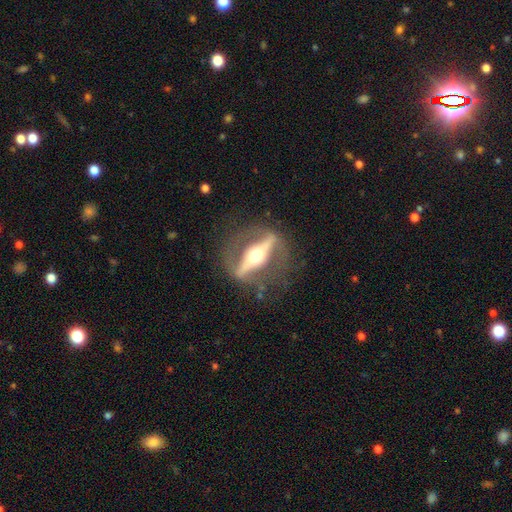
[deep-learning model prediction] Morphology: type=featured or disk (84%); edge-on=yes (69%); edge-on bulge=rounded (95%); merging=none (75%).